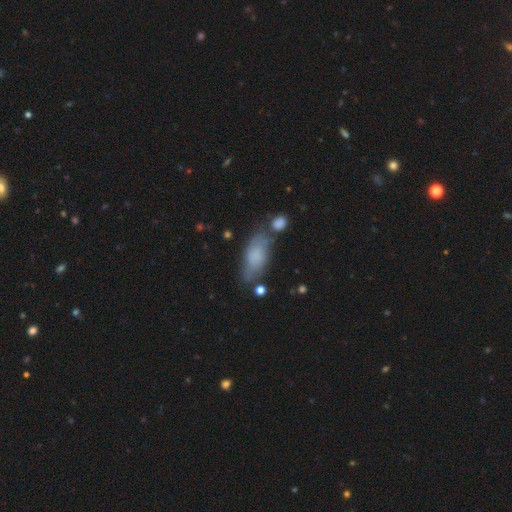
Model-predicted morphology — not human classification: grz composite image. It shows a smooth galaxy with no disk features (71%) that is in between round and cigar-shaped (82%). Merging: none (55%).